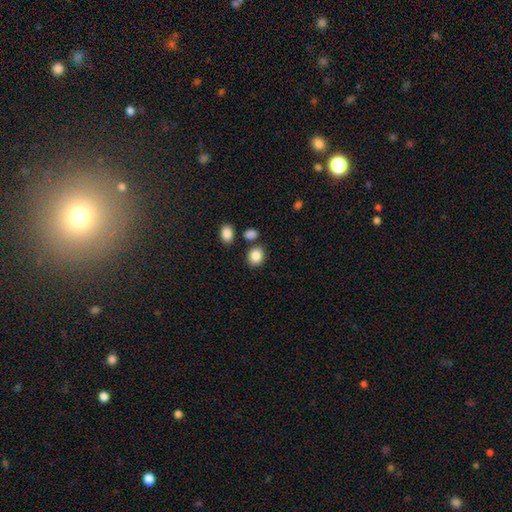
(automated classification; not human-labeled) Smooth or featured: smooth — 86% (star or artifact — 9%)
How rounded: round — 65% (in between — 34%)
Merging: none — 79% (minor disturbance — 9%)